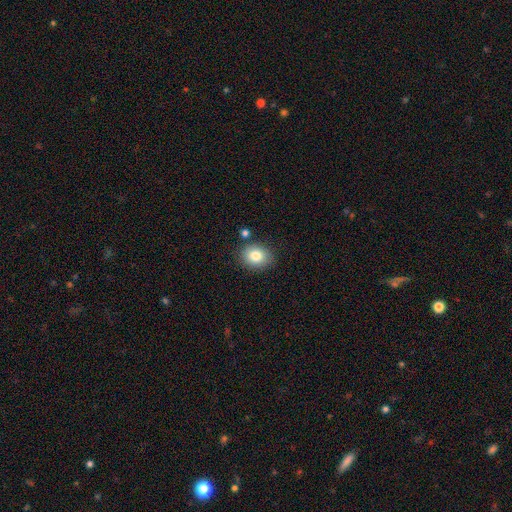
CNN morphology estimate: Smooth or featured? smooth (82%)
How rounded? round (56%)
Merging? none (83%)